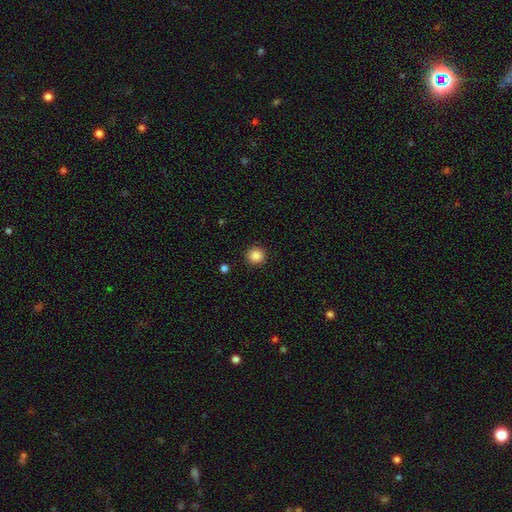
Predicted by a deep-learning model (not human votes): Overall: smooth (87%). How rounded: round (95%). Merging: none (92%).